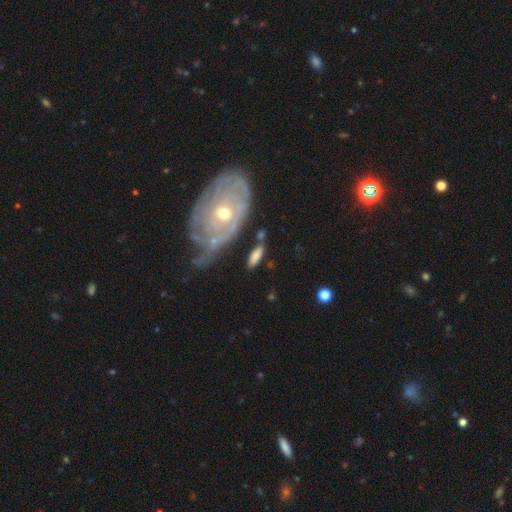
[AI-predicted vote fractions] Smooth or featured? Predicted: smooth (p=0.66). How rounded? Predicted: in between (p=0.72). Merging? Predicted: none (p=0.65).